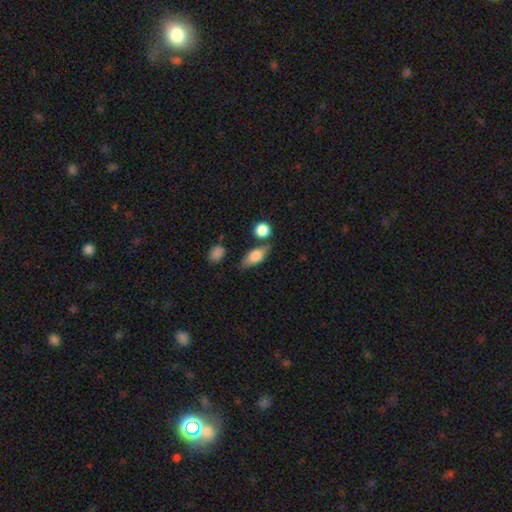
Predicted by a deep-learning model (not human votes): Smooth or featured? Predicted: smooth (p=0.70). How rounded? Predicted: in between (p=0.72). Merging? Predicted: none (p=0.71).